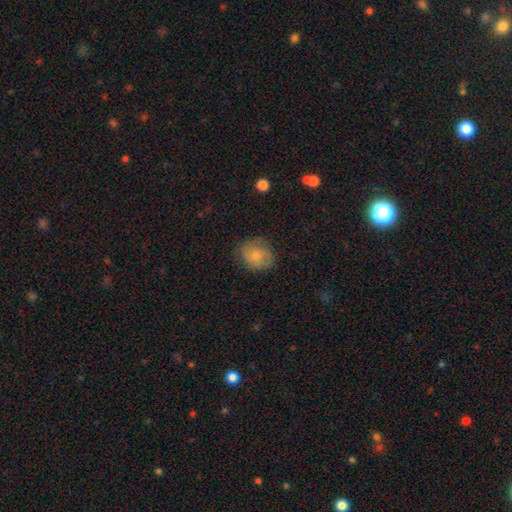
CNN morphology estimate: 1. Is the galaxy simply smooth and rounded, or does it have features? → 73% smooth, 19% featured or disk, 8% star or artifact.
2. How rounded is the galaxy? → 71% round, 28% in between, 1% cigar-shaped.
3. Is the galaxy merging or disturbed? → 73% none, 19% minor disturbance, 6% major disturbance, 1% merger.